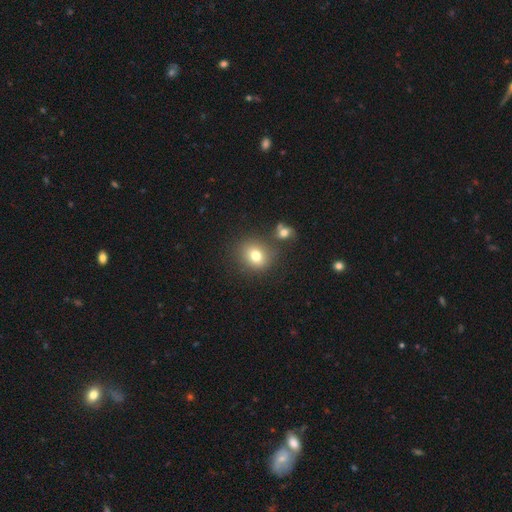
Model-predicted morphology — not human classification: Smooth or featured? Predicted: smooth (p=0.77). How rounded? Predicted: round (p=0.63). Merging? Predicted: none (p=0.74).